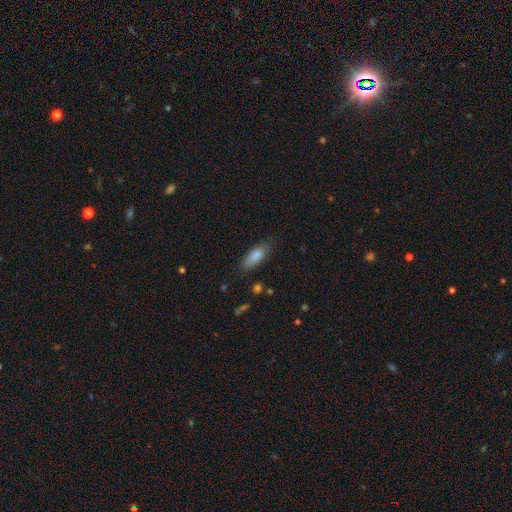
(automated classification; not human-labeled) Q: Smooth or featured?
A: smooth (81%); runner-up: featured or disk (12%)
Q: How rounded?
A: in between (70%); runner-up: cigar-shaped (28%)
Q: Merging?
A: none (79%); runner-up: minor disturbance (16%)